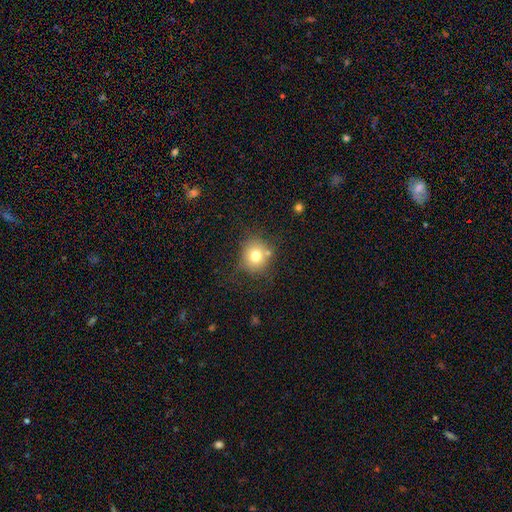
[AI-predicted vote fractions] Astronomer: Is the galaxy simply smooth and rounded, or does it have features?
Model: smooth — 73%.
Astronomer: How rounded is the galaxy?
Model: round — 85%.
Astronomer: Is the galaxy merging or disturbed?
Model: none — 69%.